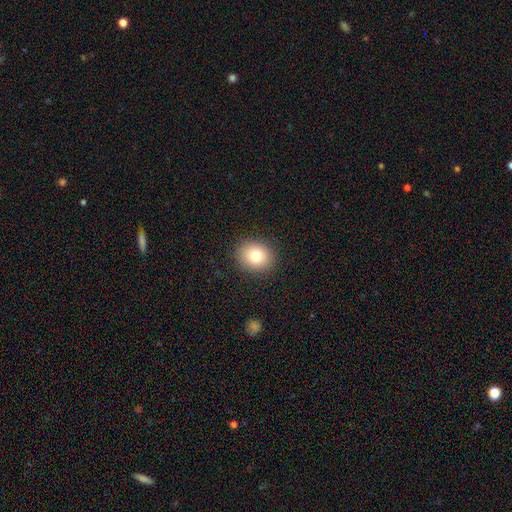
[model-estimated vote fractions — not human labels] Smooth or featured: smooth — 78% (star or artifact — 11%)
How rounded: round — 69% (in between — 30%)
Merging: none — 90% (minor disturbance — 7%)